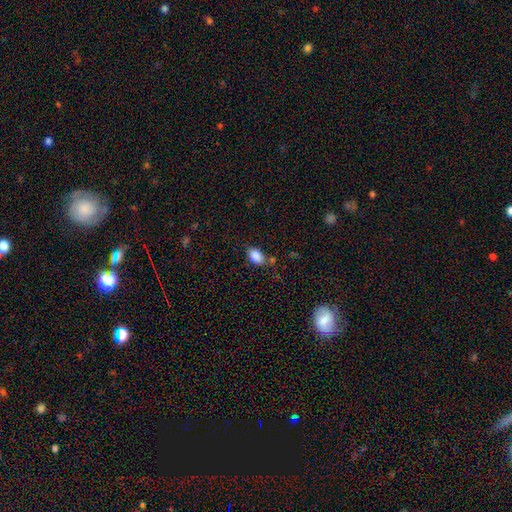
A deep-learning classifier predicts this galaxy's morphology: A smooth galaxy with no disk features (87%) that is in between round and cigar-shaped (89%). Merging: none (71%).